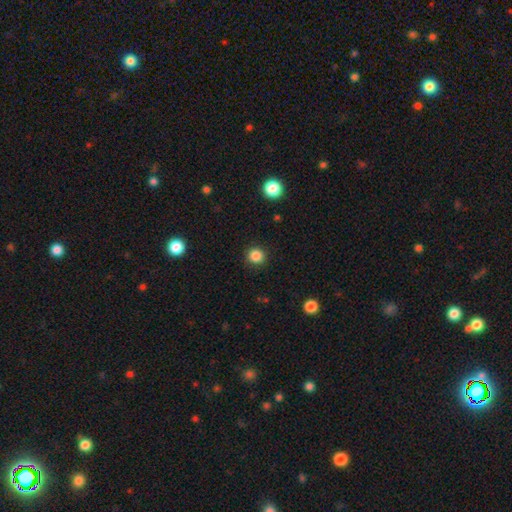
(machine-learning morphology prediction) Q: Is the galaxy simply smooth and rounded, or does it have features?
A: smooth — 86%.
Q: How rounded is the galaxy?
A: round — 92%.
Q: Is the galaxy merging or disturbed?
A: none — 91%.